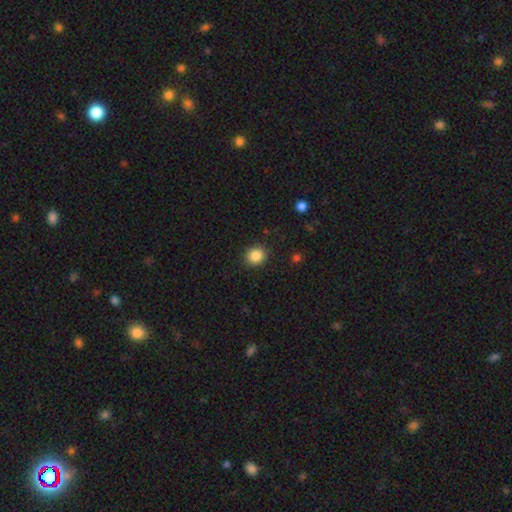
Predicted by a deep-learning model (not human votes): A smooth galaxy with no disk features (86%) that is round (83%). Merging: none (90%).